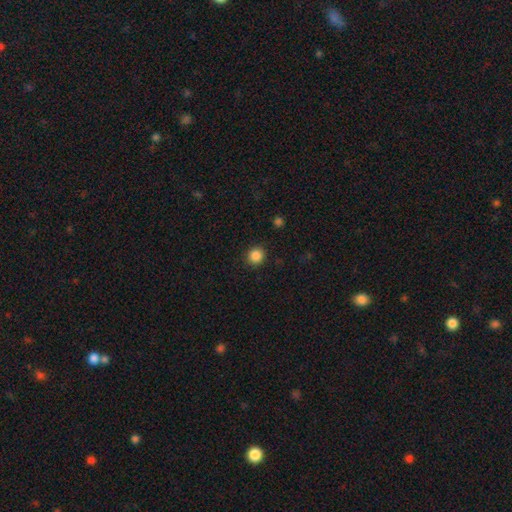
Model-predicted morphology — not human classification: This is clearly a smooth galaxy (87%). How rounded: clearly round (90%). Merging: clearly none (91%).